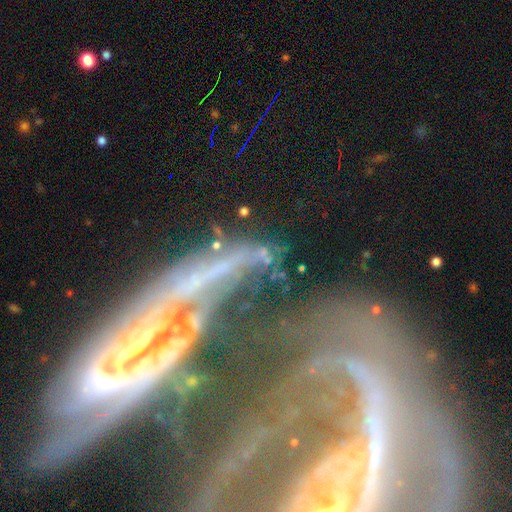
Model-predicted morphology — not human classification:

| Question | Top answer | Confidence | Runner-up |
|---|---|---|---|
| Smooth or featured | featured or disk | 53% | star or artifact (26%) |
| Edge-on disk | no | 66% | yes (34%) |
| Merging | none | 48% | major disturbance (20%) |